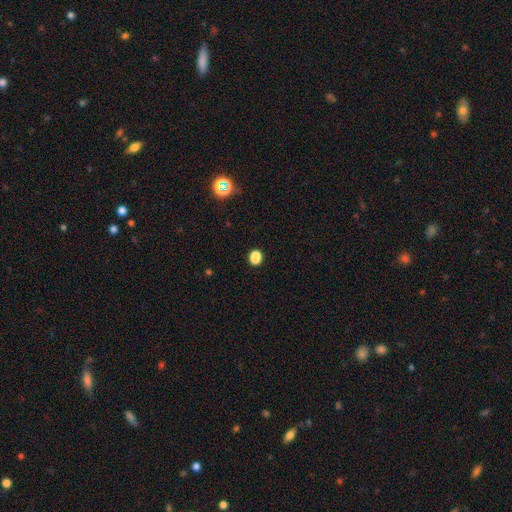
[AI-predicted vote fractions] A smooth galaxy with no disk features (79%) that is round (54%).

Vote fractions:
- Smooth or featured? smooth: 79% / star or artifact: 17% / featured or disk: 4%
- How rounded? round: 54% / in between: 44% / cigar-shaped: 1%
- Merging? none: 86% / minor disturbance: 8% / merger: 3% / major disturbance: 3%